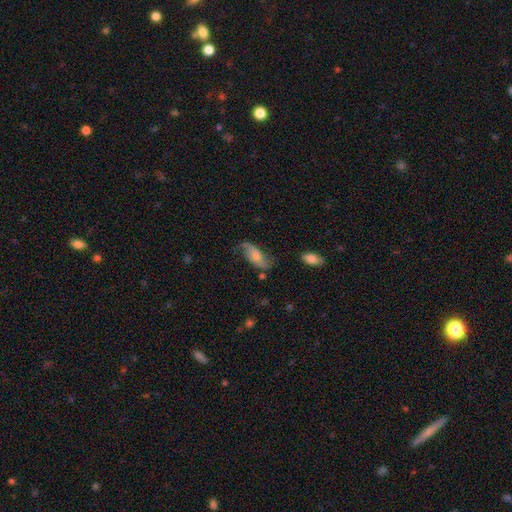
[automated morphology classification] Smooth or featured? featured or disk (56%)
Edge-on disk? no (91%)
Bar? no (65%)
Spiral arms? yes (87%)
Bulge size? small (43%)
Merging? none (56%)